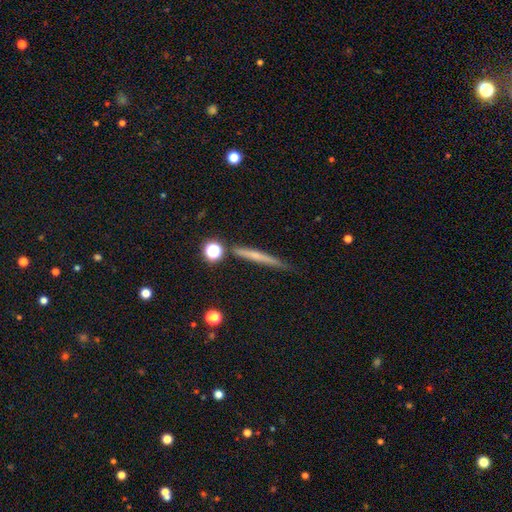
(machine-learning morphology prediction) smooth 51%, featured or disk 40%, star or artifact 9%. Down the decision tree: how rounded — cigar-shaped (92%); merging — none (79%).